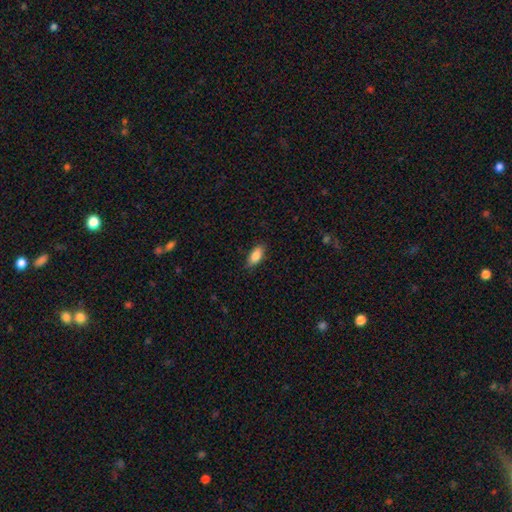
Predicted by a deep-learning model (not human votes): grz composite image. It shows a smooth galaxy with no disk features (85%) that is in between round and cigar-shaped (82%). Merging: none (85%).